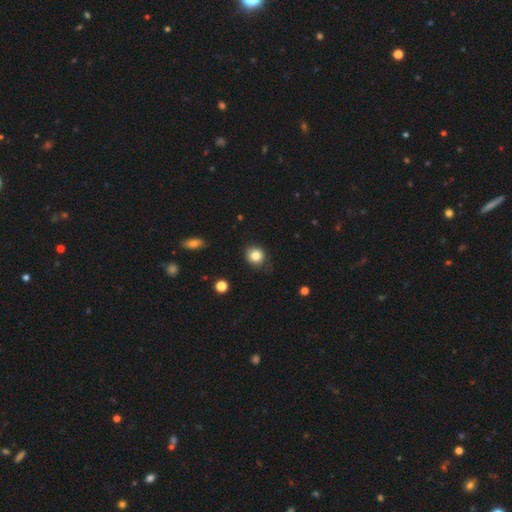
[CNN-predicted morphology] This appears to be a smooth galaxy with no disk features (83%) that is round (78%). Merging: none (80%).